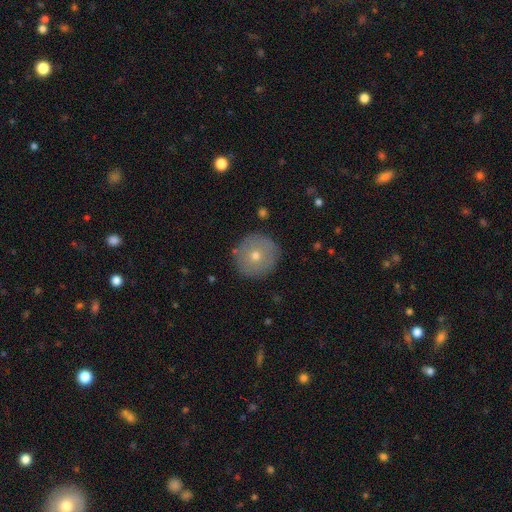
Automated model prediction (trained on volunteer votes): The model was most divided on "smooth or featured": smooth: 62%, featured or disk: 27%, star or artifact: 10%. More confident: how rounded — round (96%); merging — none (89%).